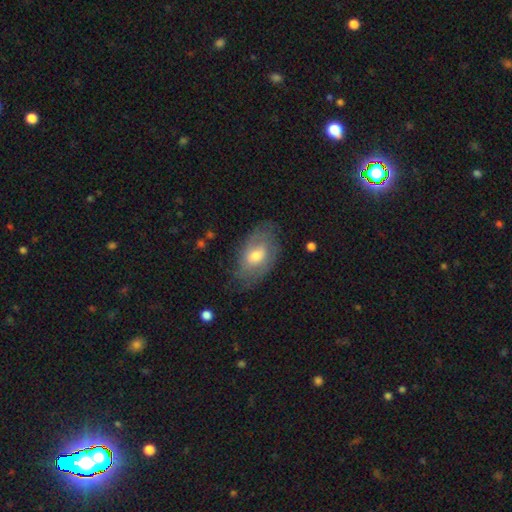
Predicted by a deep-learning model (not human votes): Smooth or featured: smooth — 47% (featured or disk — 46%)
Merging: none — 67% (minor disturbance — 23%)